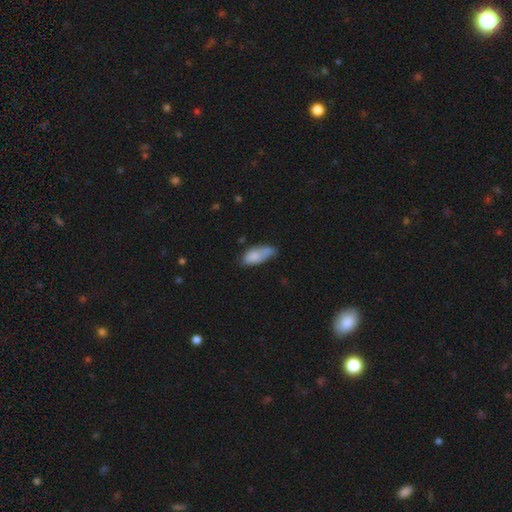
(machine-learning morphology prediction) smooth 78%, featured or disk 15%, star or artifact 7%. Down the decision tree: how rounded — in between (84%); merging — none (46%).